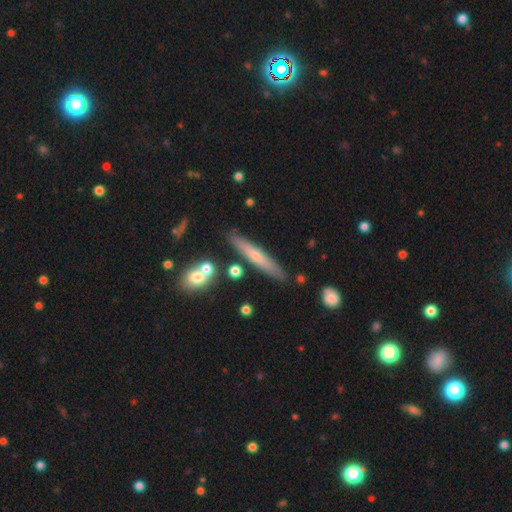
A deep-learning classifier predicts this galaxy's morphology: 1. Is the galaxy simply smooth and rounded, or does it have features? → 54% smooth, 39% featured or disk, 7% star or artifact.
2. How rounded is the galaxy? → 92% cigar-shaped, 6% in between, 2% round.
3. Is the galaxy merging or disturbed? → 83% none, 10% minor disturbance, 5% merger, 2% major disturbance.